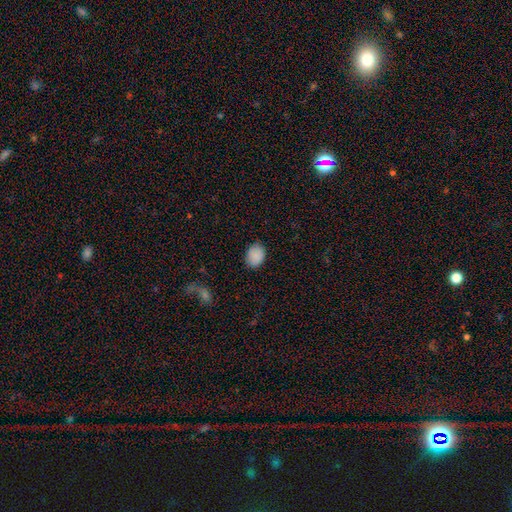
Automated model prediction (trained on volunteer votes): Morphology: type=smooth (88%); roundness=in between (66%); merging=none (85%).